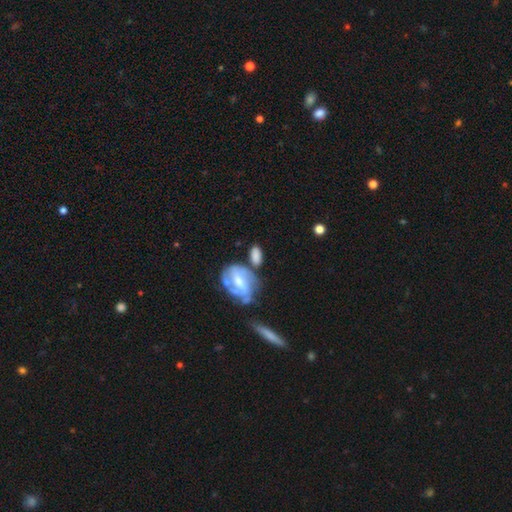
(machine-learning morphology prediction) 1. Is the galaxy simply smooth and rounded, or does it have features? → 58% smooth, 34% featured or disk, 8% star or artifact.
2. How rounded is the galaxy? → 81% in between, 13% round, 5% cigar-shaped.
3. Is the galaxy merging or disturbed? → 46% none, 23% merger, 20% minor disturbance, 11% major disturbance.